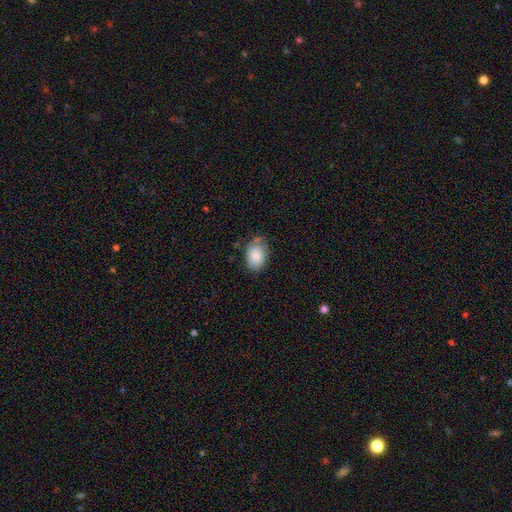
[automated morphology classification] smooth-or-featured: smooth: 80% | featured or disk: 13% | star or artifact: 7%
  how-rounded: in between: 84% | round: 15% | cigar-shaped: 1%
  merging: none: 61% | minor disturbance: 29% | major disturbance: 7% | merger: 3%